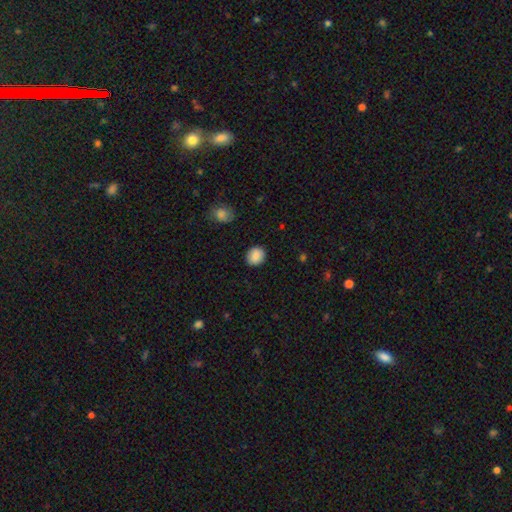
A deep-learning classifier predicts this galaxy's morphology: smooth-or-featured: smooth: 87% | star or artifact: 8% | featured or disk: 5%
  how-rounded: round: 66% | in between: 33% | cigar-shaped: 1%
  merging: none: 89% | minor disturbance: 8% | major disturbance: 2% | merger: 1%